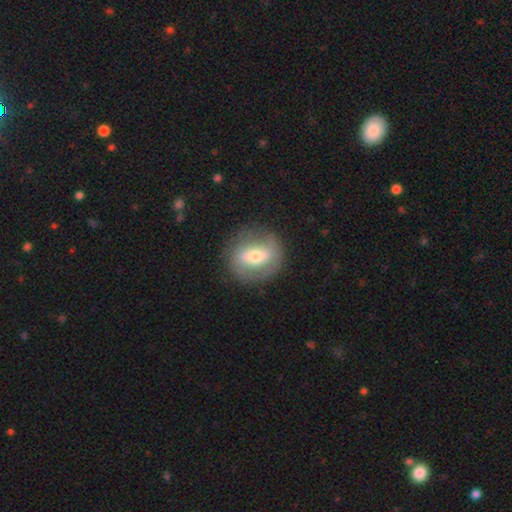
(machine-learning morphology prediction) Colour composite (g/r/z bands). It shows a featured or disk galaxy (53%). Merging: none (78%).